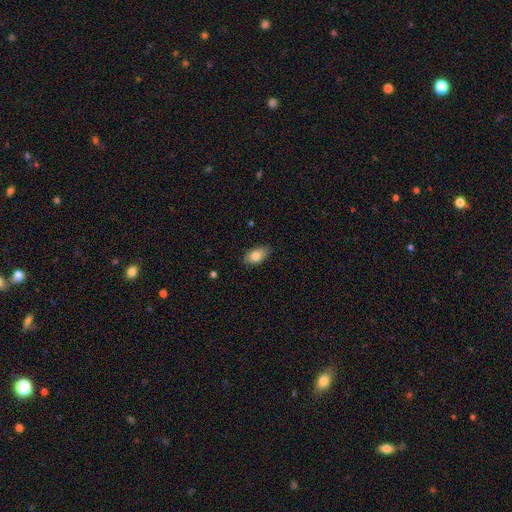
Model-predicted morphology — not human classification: Smooth or featured?
  - smooth: 83% *
  - featured or disk: 10%
  - star or artifact: 7%
How rounded?
  - in between: 91% *
  - round: 6%
  - cigar-shaped: 3%
Merging?
  - none: 82% *
  - minor disturbance: 15%
  - major disturbance: 3%
  - merger: 1%